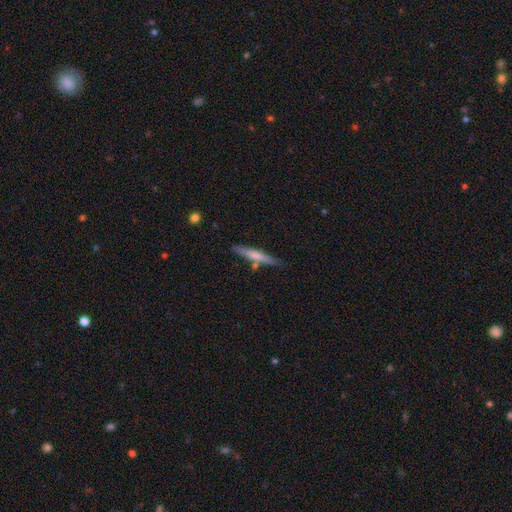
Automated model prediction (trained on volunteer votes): This appears to be a smooth galaxy with no disk features (58%) that is cigar-shaped (93%). Merging: none (77%).